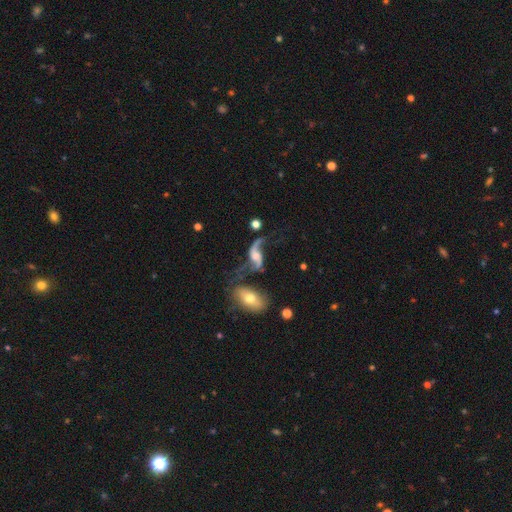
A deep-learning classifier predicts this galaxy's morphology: This appears to be a featured or disk galaxy (85%) with no bar (51%), 2 (91%) loose (90%) spiral arms (94%) and a moderate central bulge (31%, tied with small). Merging: none (48%).